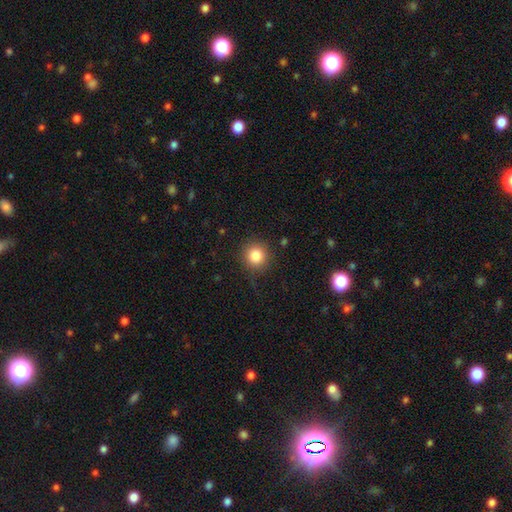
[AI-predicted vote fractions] The model was most divided on "smooth or featured": smooth: 83%, star or artifact: 11%, featured or disk: 6%. More confident: how rounded — round (93%); merging — none (85%).